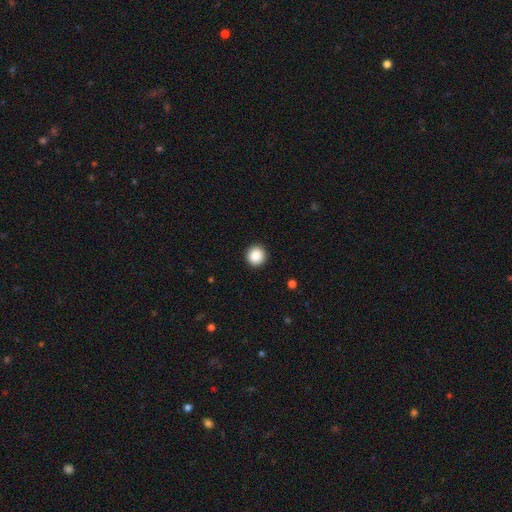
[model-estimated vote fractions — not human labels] Smooth or featured?
  - smooth: 88% *
  - star or artifact: 9%
  - featured or disk: 3%
How rounded?
  - round: 94% *
  - in between: 6%
  - cigar-shaped: 1%
Merging?
  - none: 92% *
  - minor disturbance: 5%
  - major disturbance: 2%
  - merger: 1%